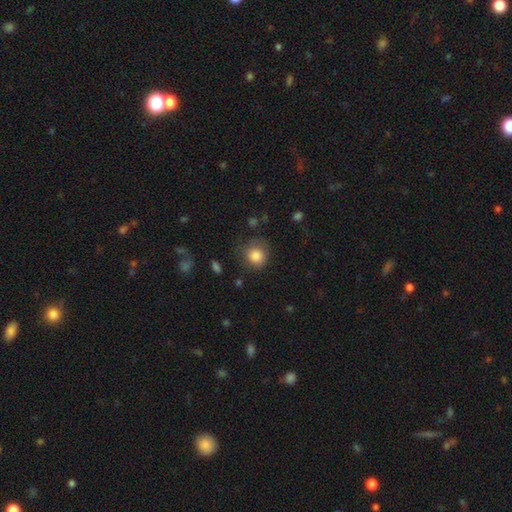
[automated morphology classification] Smooth or featured?
  - smooth: 85% *
  - star or artifact: 9%
  - featured or disk: 6%
How rounded?
  - round: 87% *
  - in between: 12%
  - cigar-shaped: 1%
Merging?
  - none: 71% *
  - minor disturbance: 20%
  - major disturbance: 8%
  - merger: 2%